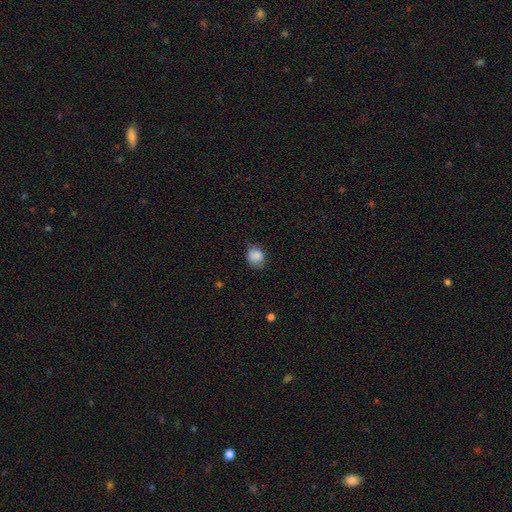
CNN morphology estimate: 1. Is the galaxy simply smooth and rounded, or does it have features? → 86% smooth, 9% star or artifact, 6% featured or disk.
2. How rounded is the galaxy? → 65% round, 34% in between, 1% cigar-shaped.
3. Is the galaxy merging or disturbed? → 70% none, 23% minor disturbance, 5% major disturbance, 1% merger.